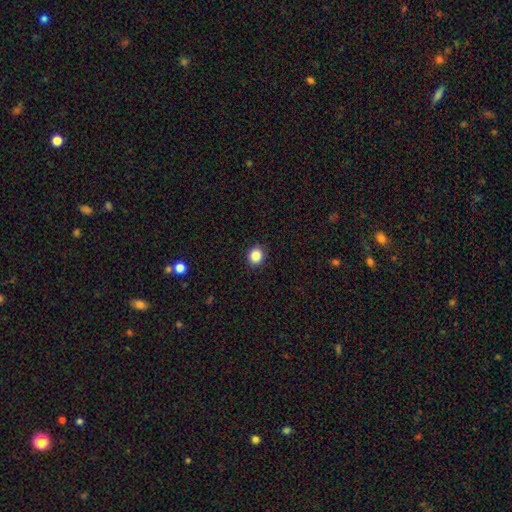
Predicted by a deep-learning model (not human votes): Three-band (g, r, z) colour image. It shows a smooth galaxy with no disk features (86%) that is round (77%). Merging: none (91%).